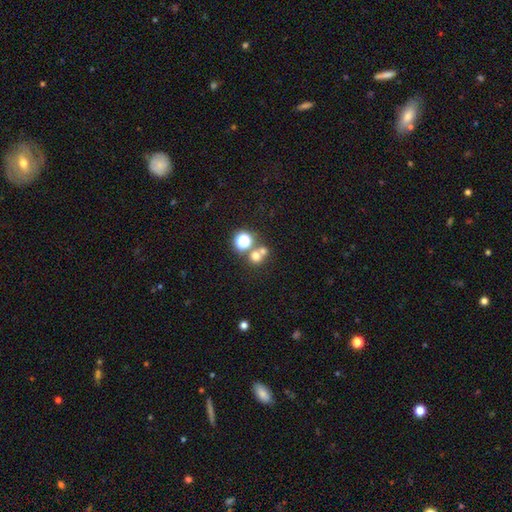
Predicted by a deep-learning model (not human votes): smooth_or_featured: smooth (p=0.64) [alt: star or artifact p=0.24]
how_rounded: round (p=0.87) [alt: in between p=0.12]
merging: none (p=0.52) [alt: merger p=0.38]